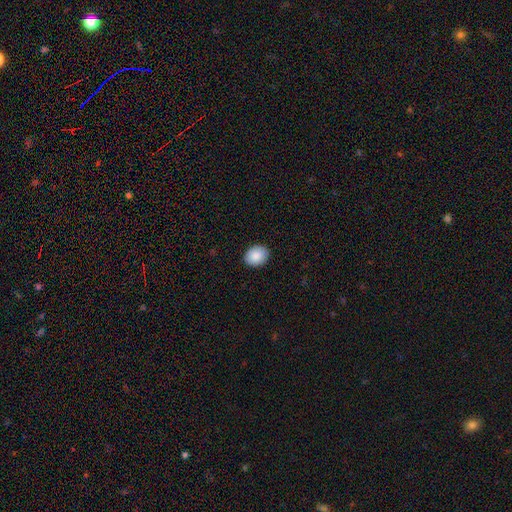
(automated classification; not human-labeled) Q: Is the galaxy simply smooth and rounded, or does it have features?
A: smooth — 89%.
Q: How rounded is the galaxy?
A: in between — 54%.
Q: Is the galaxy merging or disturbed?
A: none — 90%.